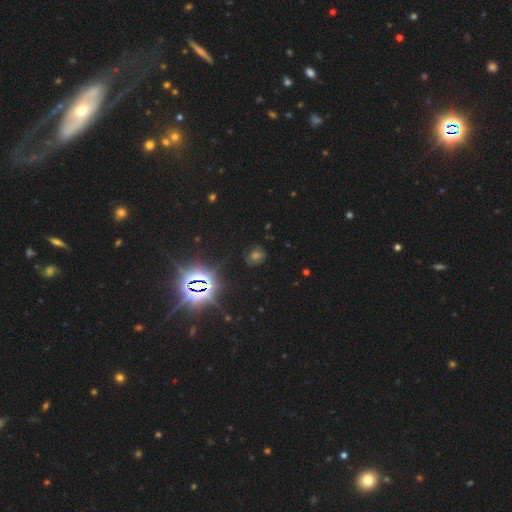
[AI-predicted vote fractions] A star or artifact, not a galaxy (62%).